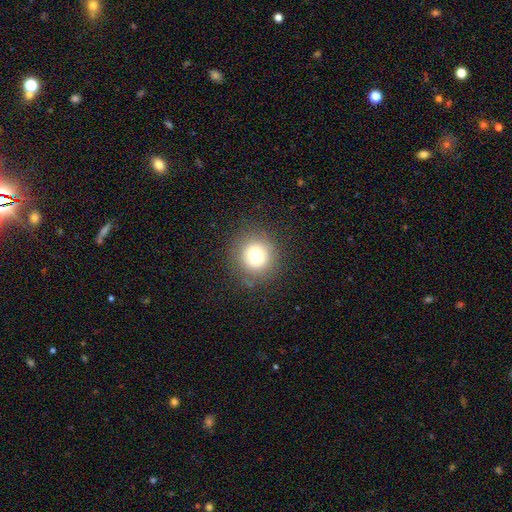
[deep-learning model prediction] smooth_or_featured: smooth (p=0.73) [alt: star or artifact p=0.14]
how_rounded: round (p=0.92) [alt: in between p=0.07]
merging: none (p=0.84) [alt: minor disturbance p=0.10]